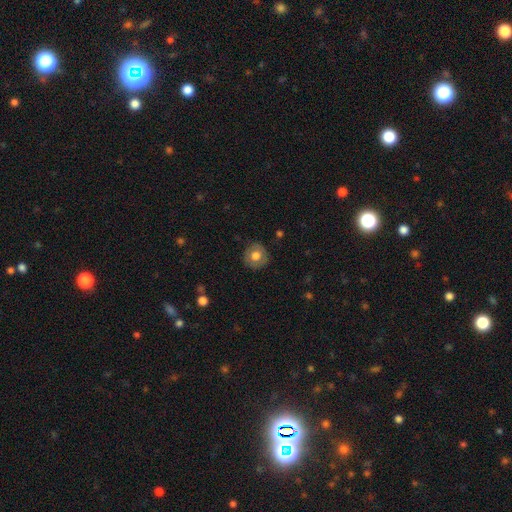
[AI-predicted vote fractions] A smooth galaxy with no disk features (68%) that is round (88%).

Vote fractions:
- Smooth or featured? smooth: 68% / featured or disk: 24% / star or artifact: 8%
- How rounded? round: 88% / in between: 11% / cigar-shaped: 1%
- Merging? none: 85% / minor disturbance: 11% / major disturbance: 3% / merger: 1%